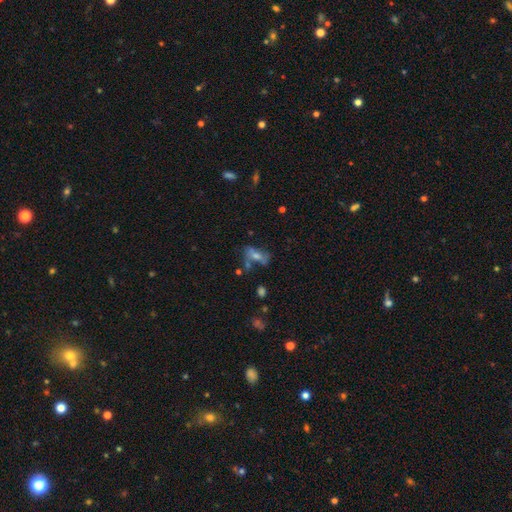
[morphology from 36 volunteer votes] A smooth galaxy with no disk features (53%) that is in between round and cigar-shaped (74%).

Vote fractions:
- Smooth or featured? smooth: 53% / featured or disk: 42% / star or artifact: 6%
- How rounded? in between: 74% / cigar-shaped: 16% / round: 11%
- Merging? none: 50% / minor disturbance: 18% / merger: 18% / major disturbance: 15%